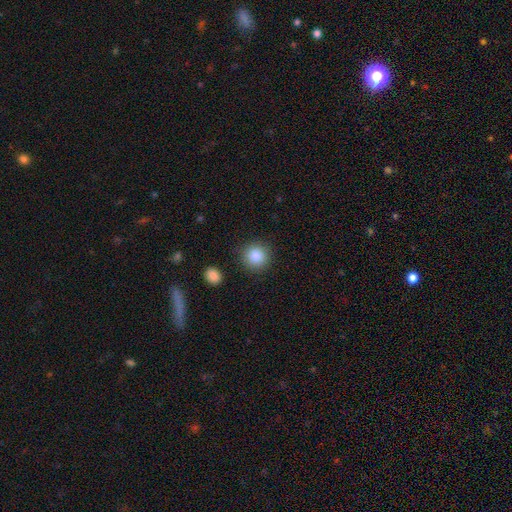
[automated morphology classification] Smooth or featured? Predicted: smooth (p=0.85). How rounded? Predicted: round (p=0.93). Merging? Predicted: none (p=0.88).